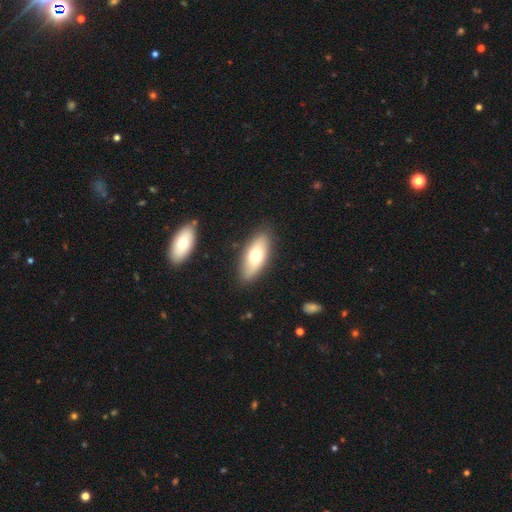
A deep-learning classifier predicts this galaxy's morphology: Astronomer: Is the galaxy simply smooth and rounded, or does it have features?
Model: smooth — 67%.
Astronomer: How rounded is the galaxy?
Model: in between — 82%.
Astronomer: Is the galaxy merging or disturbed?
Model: none — 85%.